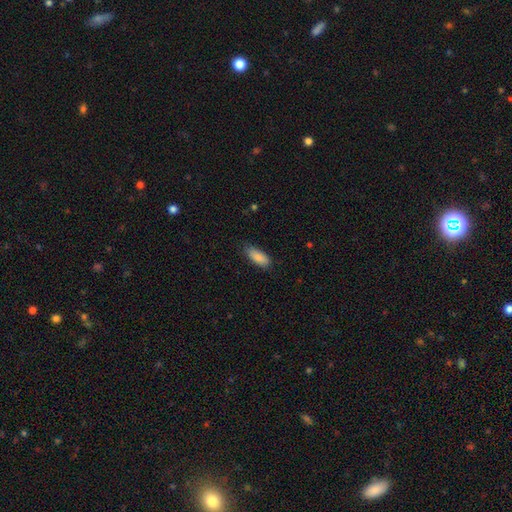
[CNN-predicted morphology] Smooth or featured?
  - smooth: 87% *
  - featured or disk: 7%
  - star or artifact: 6%
How rounded?
  - in between: 74% *
  - cigar-shaped: 24%
  - round: 2%
Merging?
  - none: 82% *
  - minor disturbance: 14%
  - major disturbance: 2%
  - merger: 1%